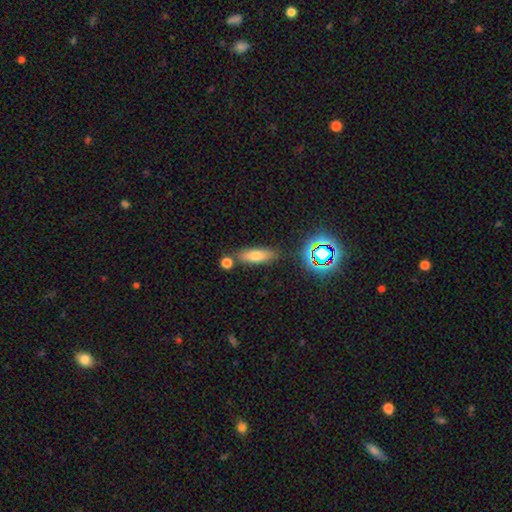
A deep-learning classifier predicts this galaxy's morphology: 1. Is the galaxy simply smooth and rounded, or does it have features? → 69% smooth, 17% featured or disk, 14% star or artifact.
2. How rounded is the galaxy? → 59% in between, 36% cigar-shaped, 5% round.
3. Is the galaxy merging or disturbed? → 76% none, 12% minor disturbance, 9% merger, 4% major disturbance.